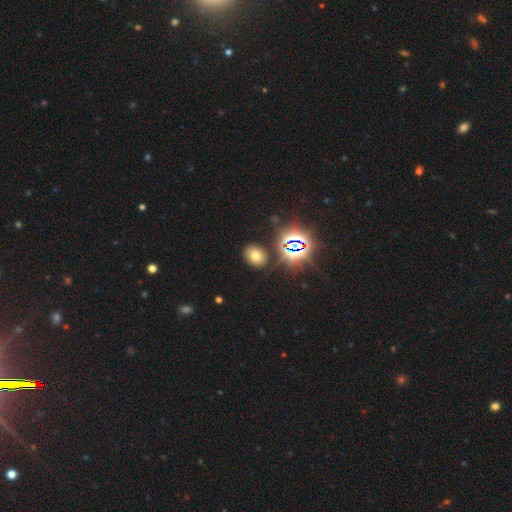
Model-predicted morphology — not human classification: A smooth galaxy with no disk features (60%) that is in between round and cigar-shaped (56%).

Vote fractions:
- Smooth or featured? smooth: 60% / star or artifact: 28% / featured or disk: 11%
- How rounded? in between: 56% / round: 42% / cigar-shaped: 1%
- Merging? none: 84% / minor disturbance: 9% / merger: 3% / major disturbance: 3%